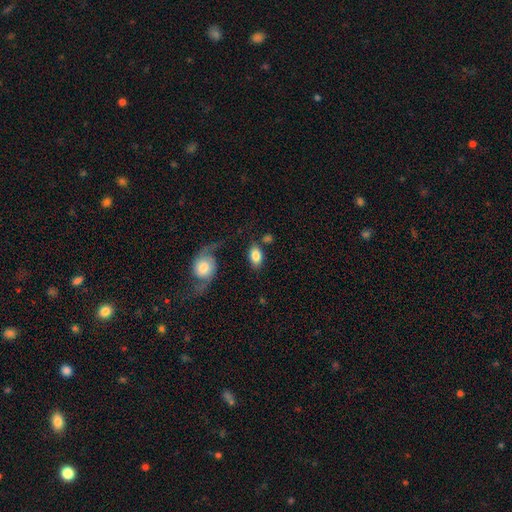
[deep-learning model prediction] Morphology: type=smooth (80%); roundness=in between (90%); merging=none (67%).